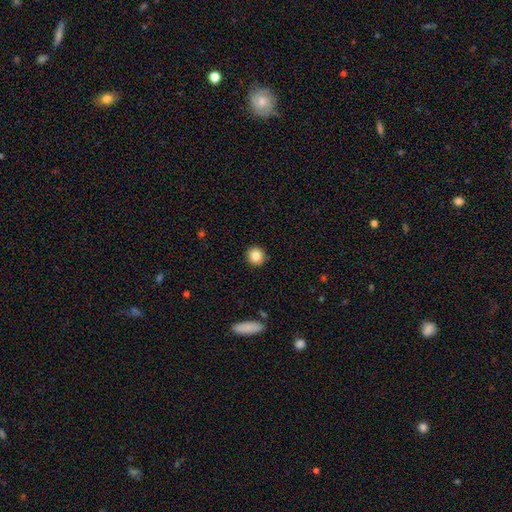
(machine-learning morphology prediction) This is clearly a smooth galaxy (84%). How rounded: clearly round (91%). Merging: clearly none (91%).